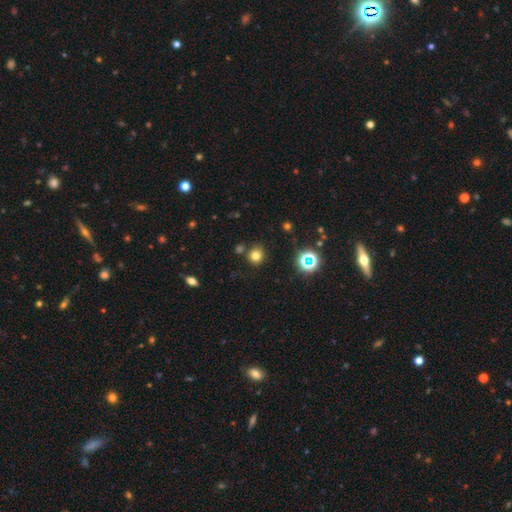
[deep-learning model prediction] The model was most divided on "smooth or featured": smooth: 75%, star or artifact: 19%, featured or disk: 7%. More confident: how rounded — round (86%); merging — none (79%).